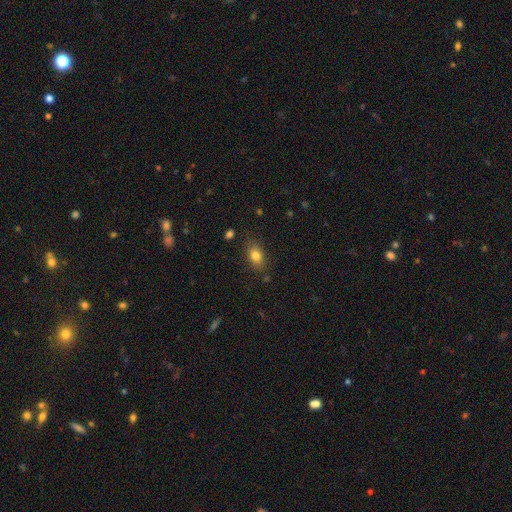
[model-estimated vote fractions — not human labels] Smooth or featured? smooth (80%)
How rounded? in between (80%)
Merging? none (81%)